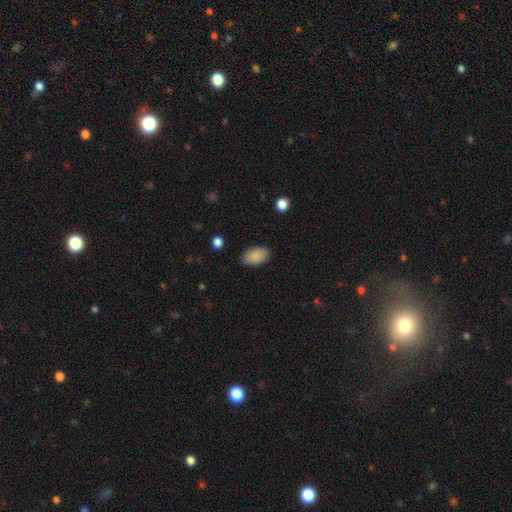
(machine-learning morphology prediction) smooth 90%, star or artifact 7%, featured or disk 4%. Down the decision tree: how rounded — in between (94%); merging — none (87%).